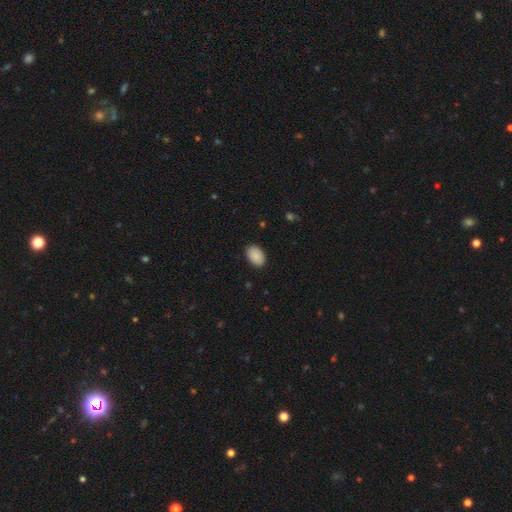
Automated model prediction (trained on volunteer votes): This is clearly a smooth galaxy (90%). How rounded: clearly in between (87%). Merging: clearly none (89%).